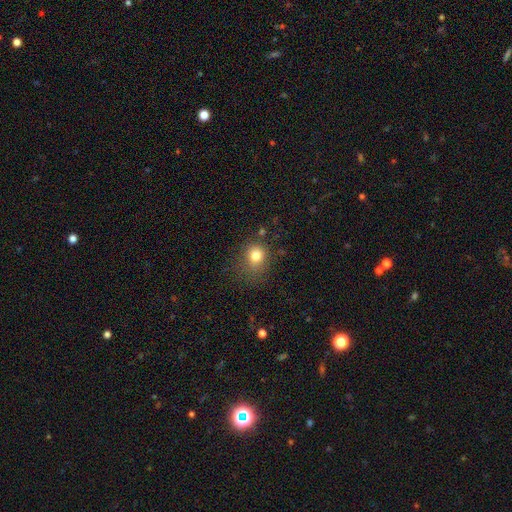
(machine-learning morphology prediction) A smooth galaxy with no disk features (79%) that is round (75%).

Vote fractions:
- Smooth or featured? smooth: 79% / star or artifact: 13% / featured or disk: 8%
- How rounded? round: 75% / in between: 24% / cigar-shaped: 1%
- Merging? none: 69% / minor disturbance: 19% / major disturbance: 9% / merger: 3%